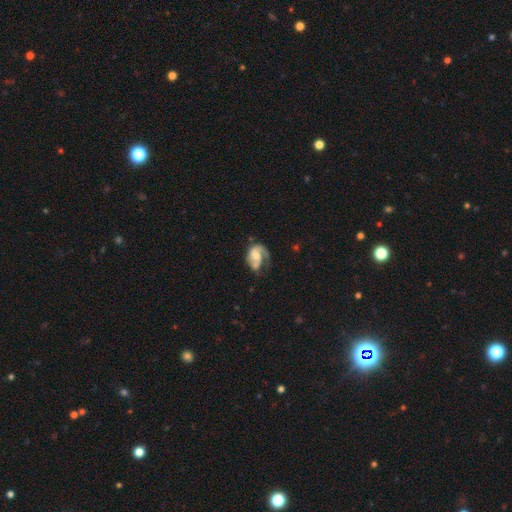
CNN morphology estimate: Overall: featured or disk (72%). Edge-on disk: no (98%). Bar: no (56%; weak 35%). Spiral arms: yes (89%). Spiral arm count: 2 (49%; 1 42%). Spiral winding: medium (43%; loose 33%). Bulge size: moderate (45%; small 29%). Merging: none (39%; major disturbance 31%).